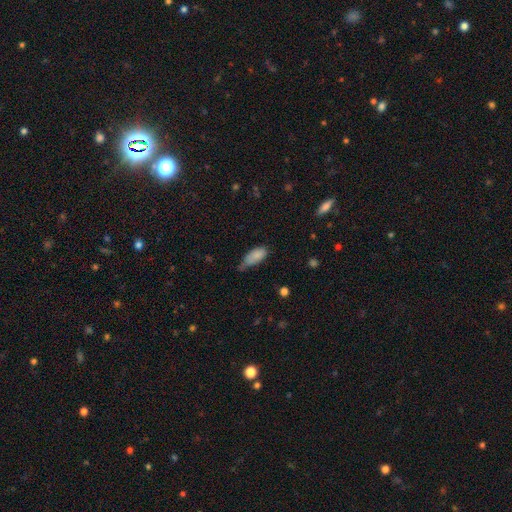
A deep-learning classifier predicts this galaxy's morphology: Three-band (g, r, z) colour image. It shows a smooth galaxy with no disk features (84%) that is in between round and cigar-shaped (87%). Merging: minor disturbance (46%).